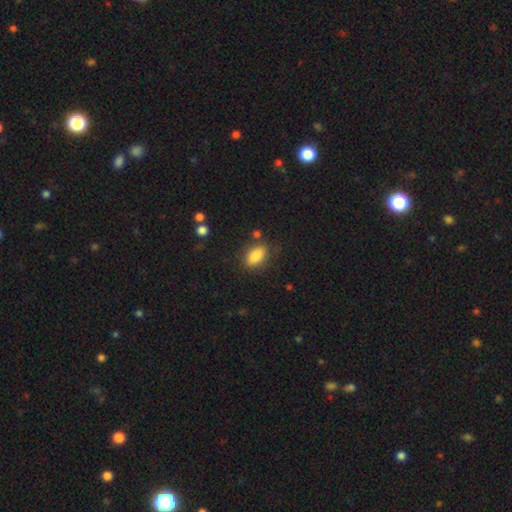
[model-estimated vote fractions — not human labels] Overall: smooth (85%). How rounded: in between (87%). Merging: none (79%).